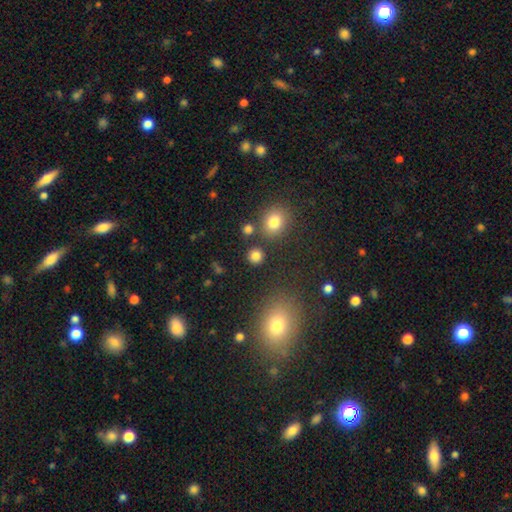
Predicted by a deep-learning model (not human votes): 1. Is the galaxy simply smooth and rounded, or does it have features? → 83% smooth, 12% star or artifact, 5% featured or disk.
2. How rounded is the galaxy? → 89% round, 10% in between, 1% cigar-shaped.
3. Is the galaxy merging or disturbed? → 85% none, 7% minor disturbance, 5% merger, 3% major disturbance.